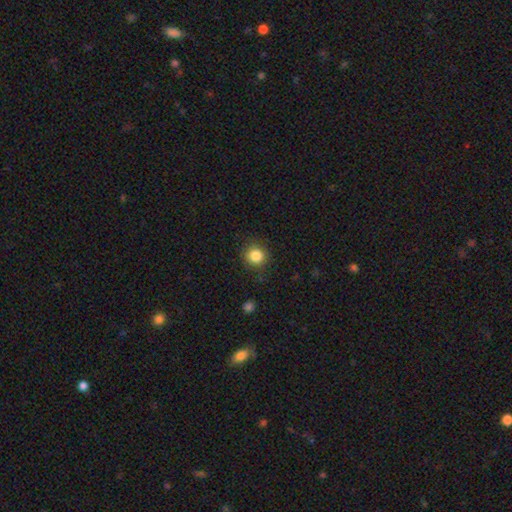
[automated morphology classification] The model was most divided on "smooth or featured": smooth: 85%, star or artifact: 10%, featured or disk: 5%. More confident: how rounded — round (90%); merging — none (88%).